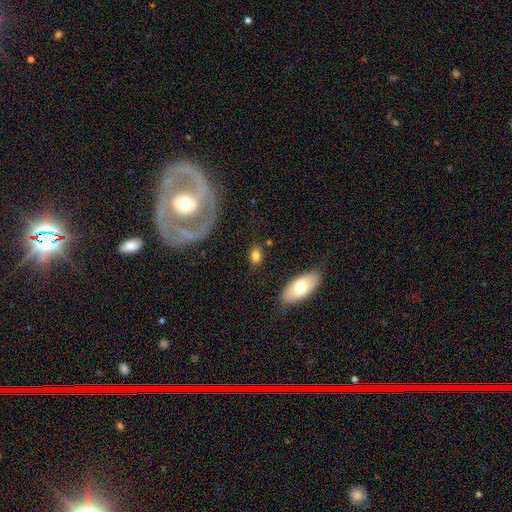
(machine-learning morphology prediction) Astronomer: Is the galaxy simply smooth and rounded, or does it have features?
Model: smooth — 76%.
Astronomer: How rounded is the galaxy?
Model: in between — 73%.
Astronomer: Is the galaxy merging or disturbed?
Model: none — 76%.